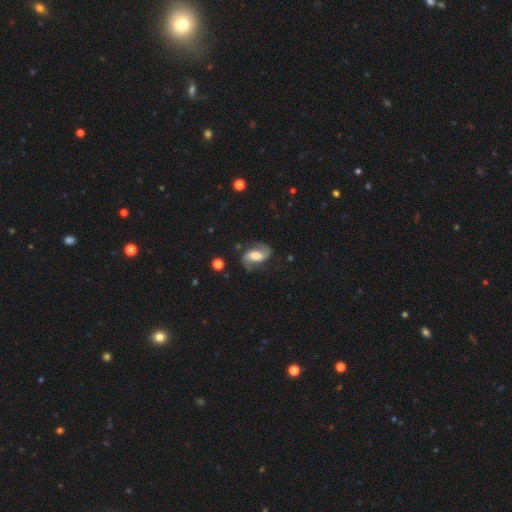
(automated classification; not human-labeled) The model was most divided on "spiral winding": medium: 47%, loose: 38%, tight: 15%. Remaining: edge-on disk — no (97%); spiral arms — yes (95%); spiral arm count — 2 (91%); smooth or featured — featured or disk (79%); merging — none (72%); bar — weak (43%); bulge size — moderate (40%).